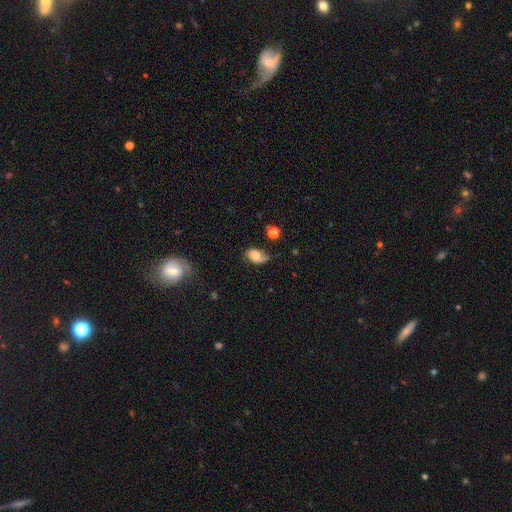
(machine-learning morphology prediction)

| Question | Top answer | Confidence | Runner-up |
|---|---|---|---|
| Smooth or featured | smooth | 46% | featured or disk (44%) |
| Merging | none | 49% | minor disturbance (31%) |